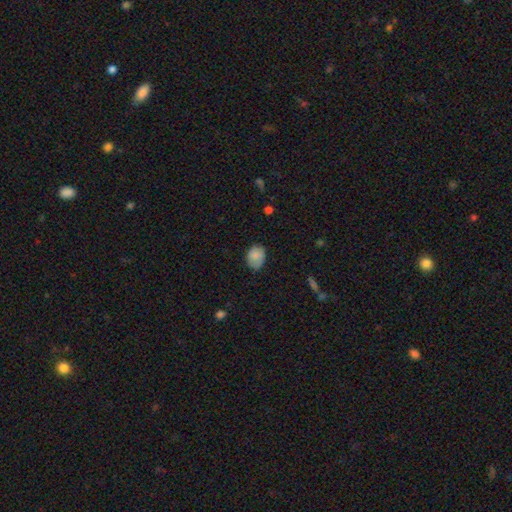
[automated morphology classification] smooth_or_featured: smooth (p=0.80) [alt: featured or disk p=0.12]
how_rounded: in between (p=0.63) [alt: round p=0.37]
merging: none (p=0.64) [alt: minor disturbance p=0.29]